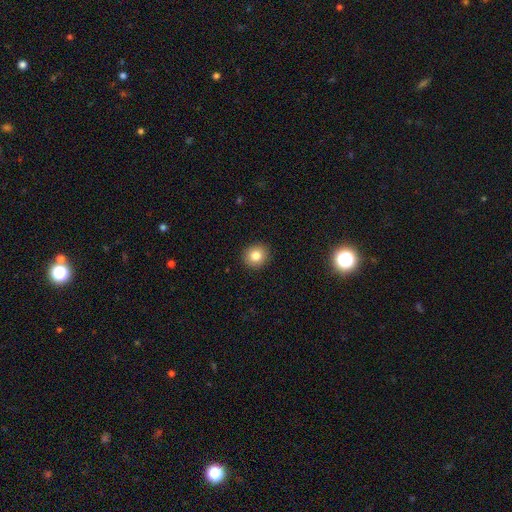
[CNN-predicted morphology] smooth-or-featured: smooth: 82% | star or artifact: 10% | featured or disk: 8%
  how-rounded: round: 86% | in between: 13% | cigar-shaped: 1%
  merging: none: 92% | minor disturbance: 6% | major disturbance: 2% | merger: 1%